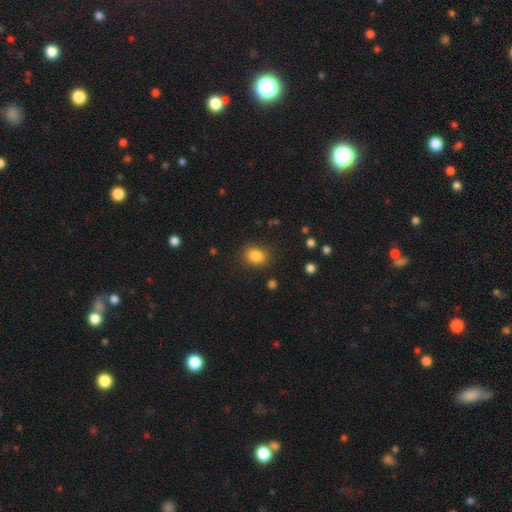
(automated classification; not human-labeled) The model was most divided on "how rounded": in between: 52%, round: 47%, cigar-shaped: 1%. More confident: merging — none (85%); smooth or featured — smooth (85%).